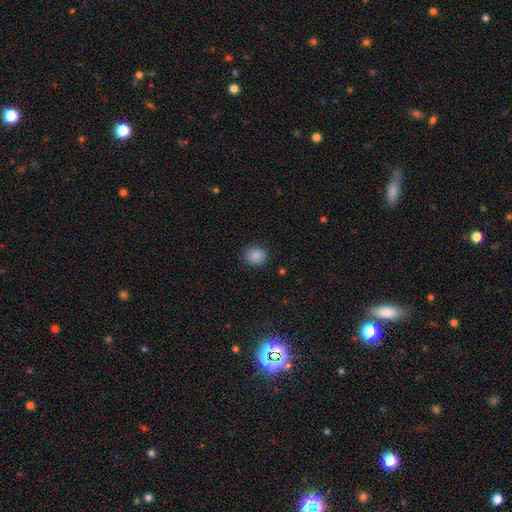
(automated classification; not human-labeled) smooth 87%, star or artifact 9%, featured or disk 4%. Down the decision tree: how rounded — round (78%); merging — none (89%).